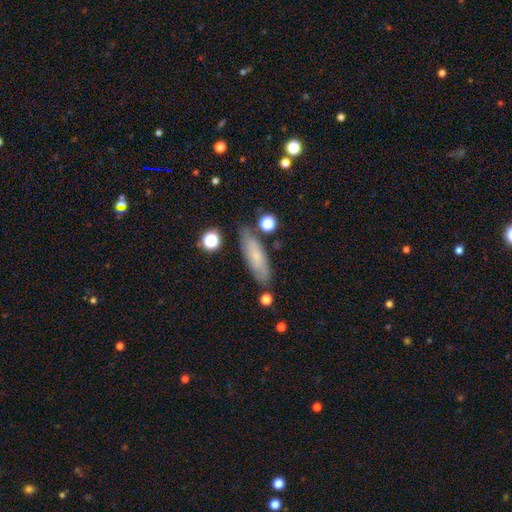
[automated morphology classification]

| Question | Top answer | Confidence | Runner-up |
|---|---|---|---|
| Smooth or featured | smooth | 64% | featured or disk (28%) |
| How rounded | cigar-shaped | 53% | in between (44%) |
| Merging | none | 76% | minor disturbance (16%) |